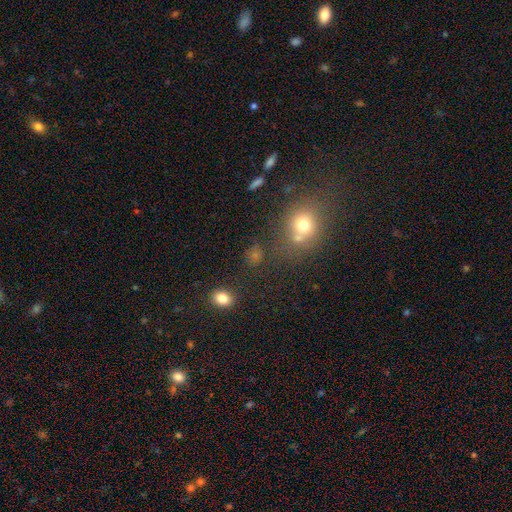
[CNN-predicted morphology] smooth_or_featured: smooth (p=0.67) [alt: star or artifact p=0.24]
how_rounded: round (p=0.69) [alt: in between p=0.29]
merging: none (p=0.69) [alt: merger p=0.14]